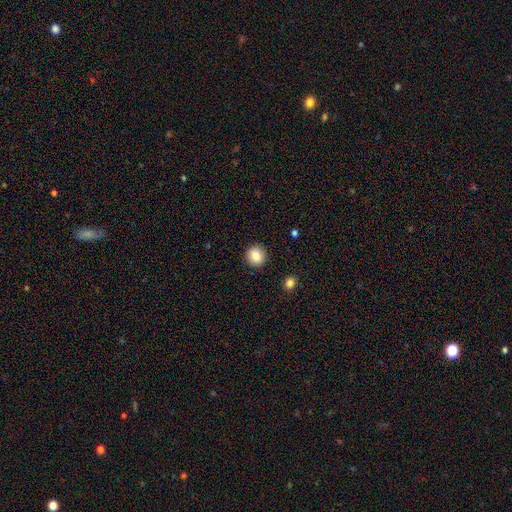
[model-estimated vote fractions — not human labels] Morphology: type=smooth (83%); roundness=round (89%); merging=none (91%).